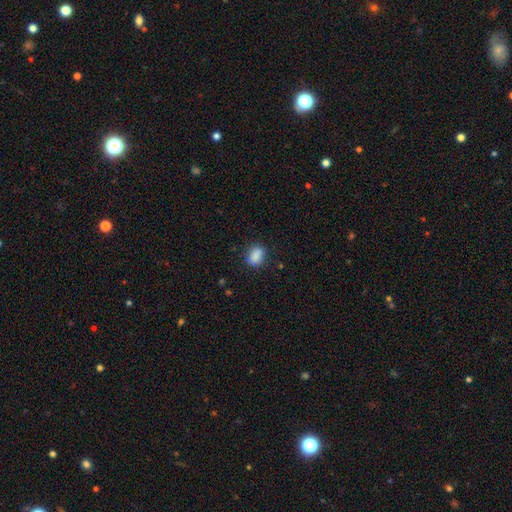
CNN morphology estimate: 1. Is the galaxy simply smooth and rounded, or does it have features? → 85% smooth, 9% star or artifact, 6% featured or disk.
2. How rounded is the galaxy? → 62% in between, 37% round, 2% cigar-shaped.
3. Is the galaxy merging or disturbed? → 73% none, 20% minor disturbance, 5% major disturbance, 2% merger.